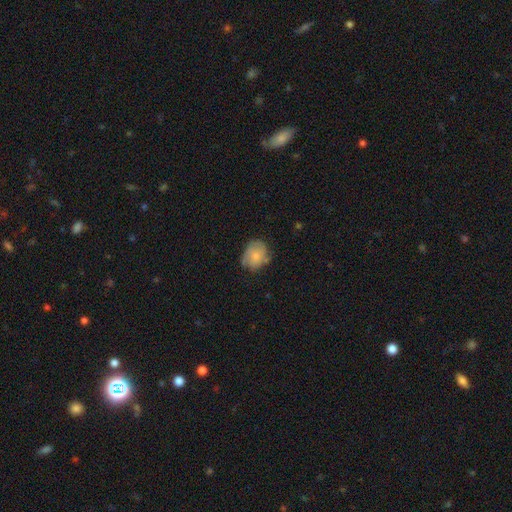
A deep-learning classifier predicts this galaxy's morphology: Overall: smooth (68%). How rounded: round (57%; in between 42%). Merging: none (57%; minor disturbance 32%).